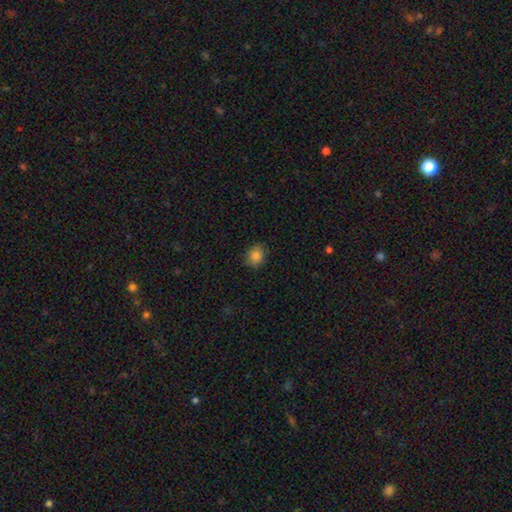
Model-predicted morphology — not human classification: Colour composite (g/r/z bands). It shows a smooth galaxy with no disk features (85%) that is round (64%). Merging: none (85%).